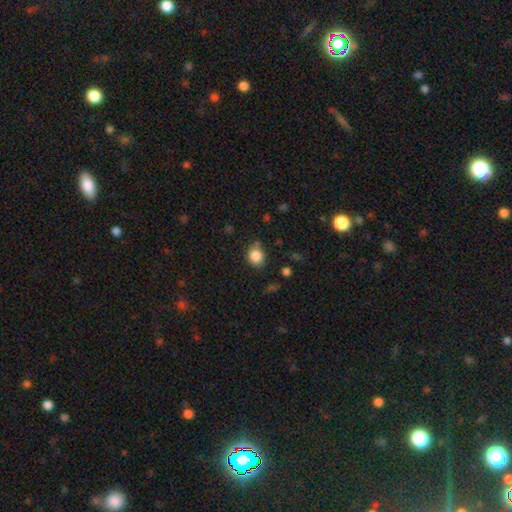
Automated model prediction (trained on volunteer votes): Smooth or featured?
  - smooth: 85% *
  - star or artifact: 10%
  - featured or disk: 5%
How rounded?
  - round: 75% *
  - in between: 24%
  - cigar-shaped: 1%
Merging?
  - none: 76% *
  - minor disturbance: 16%
  - merger: 4%
  - major disturbance: 4%